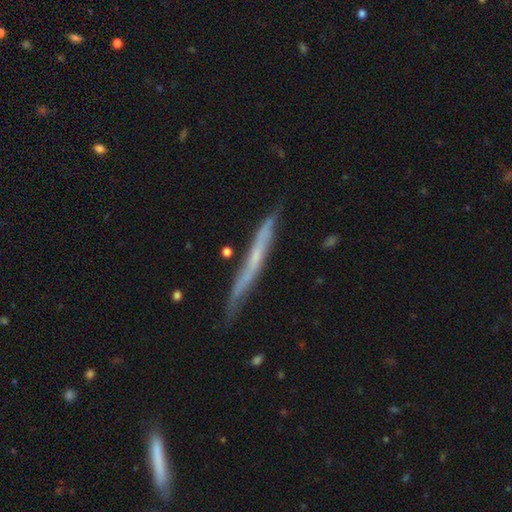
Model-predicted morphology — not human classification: The model was most divided on "smooth or featured": featured or disk: 57%, smooth: 36%, star or artifact: 7%. More confident: edge-on disk — yes (95%); merging — none (79%); edge-on bulge — none (77%).